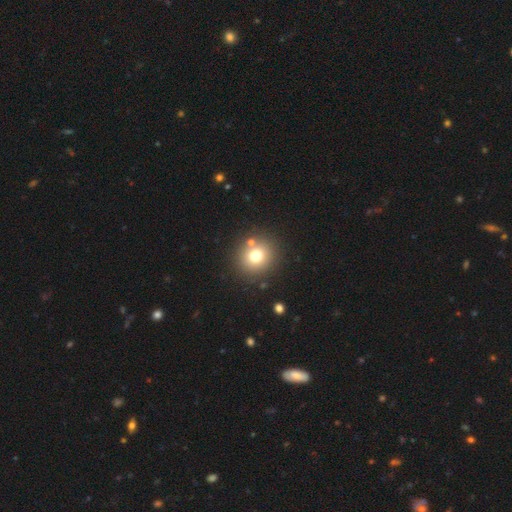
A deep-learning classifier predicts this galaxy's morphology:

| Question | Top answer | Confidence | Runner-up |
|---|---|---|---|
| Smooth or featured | smooth | 74% | star or artifact (15%) |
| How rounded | round | 88% | in between (11%) |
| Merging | none | 83% | merger (7%) |